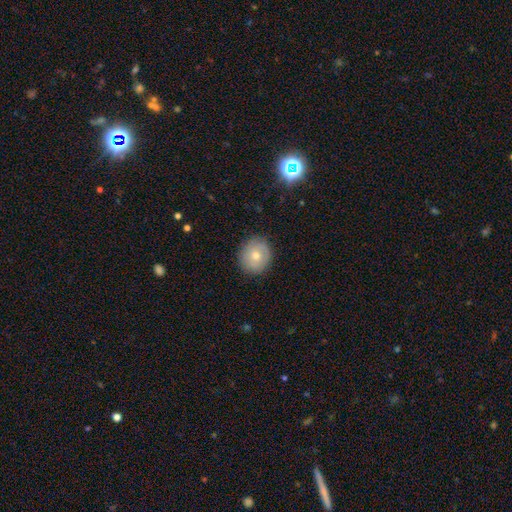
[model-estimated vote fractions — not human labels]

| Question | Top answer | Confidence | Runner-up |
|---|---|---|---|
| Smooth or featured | smooth | 55% | featured or disk (34%) |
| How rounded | round | 84% | in between (15%) |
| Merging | none | 87% | minor disturbance (10%) |